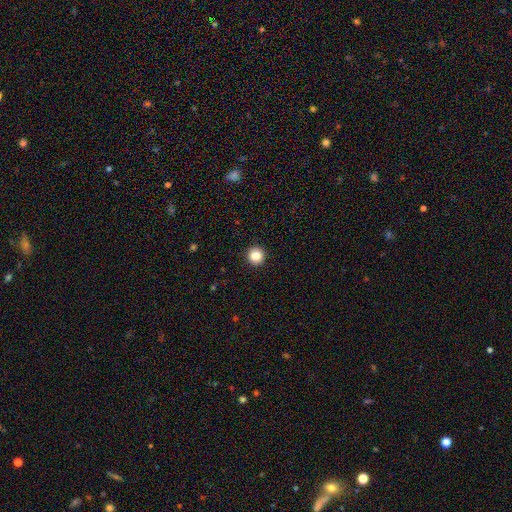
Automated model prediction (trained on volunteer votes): This is clearly a smooth galaxy (84%). How rounded: clearly round (95%). Merging: clearly none (94%).